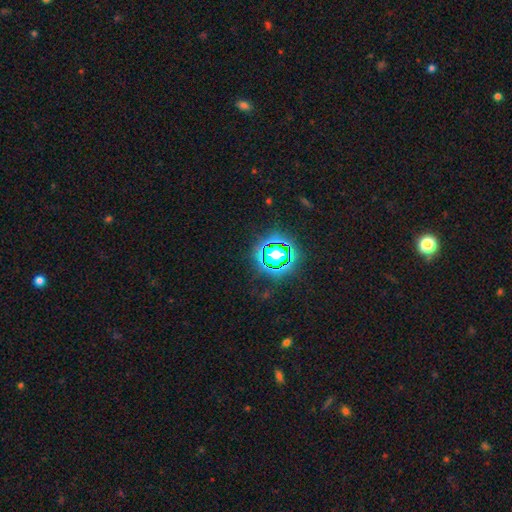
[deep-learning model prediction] Smooth or featured? Predicted: star or artifact (p=0.81).